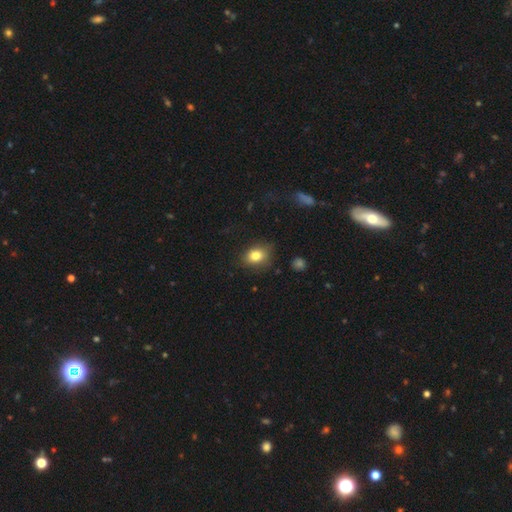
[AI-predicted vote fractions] A smooth galaxy with no disk features (81%) that is in between round and cigar-shaped (60%). Merging: none (76%).